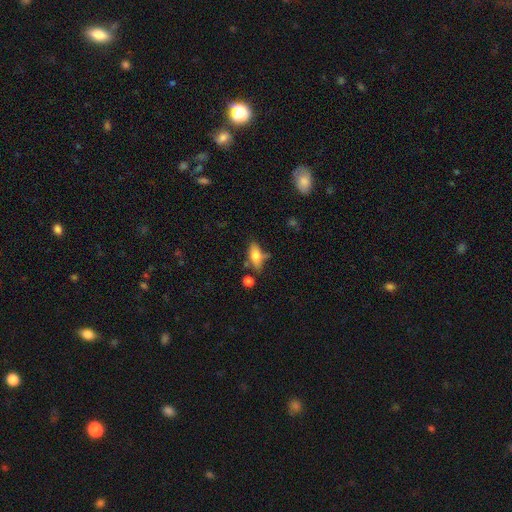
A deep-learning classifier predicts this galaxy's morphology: Smooth or featured? smooth (67%)
How rounded? in between (75%)
Merging? none (57%)